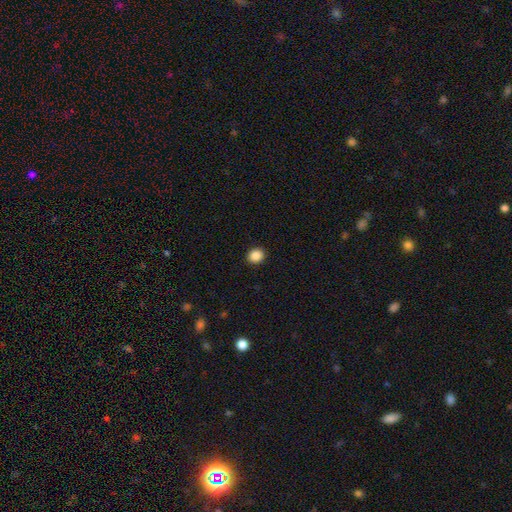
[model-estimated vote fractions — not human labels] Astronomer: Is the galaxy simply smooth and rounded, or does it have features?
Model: smooth — 88%.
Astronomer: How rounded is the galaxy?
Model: round — 75%.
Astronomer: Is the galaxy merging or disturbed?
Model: none — 92%.